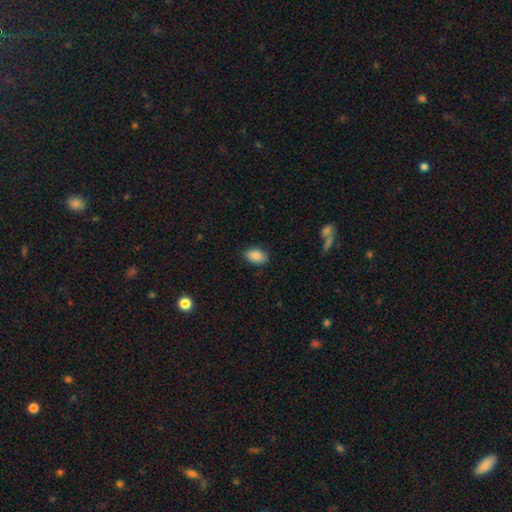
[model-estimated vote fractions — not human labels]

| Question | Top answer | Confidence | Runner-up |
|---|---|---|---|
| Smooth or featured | smooth | 88% | star or artifact (8%) |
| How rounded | in between | 89% | round (10%) |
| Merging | none | 86% | minor disturbance (11%) |